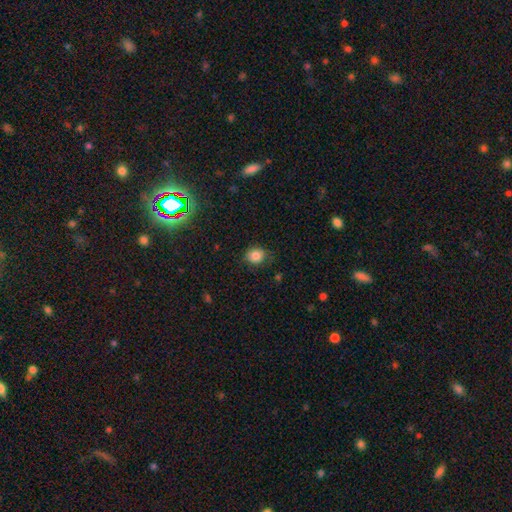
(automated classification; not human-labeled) smooth 84%, star or artifact 10%, featured or disk 6%. Down the decision tree: how rounded — round (66%); merging — none (76%).